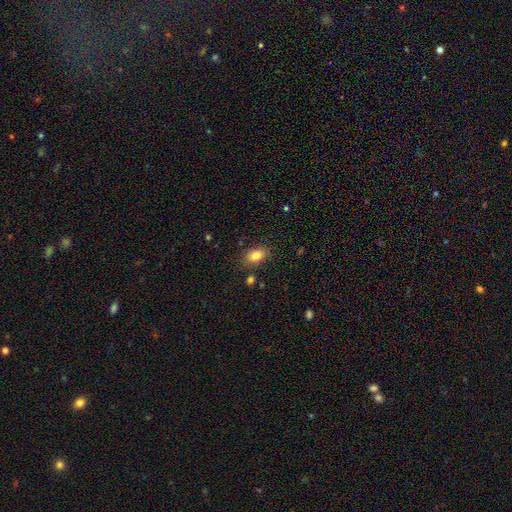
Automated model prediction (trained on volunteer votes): Morphology: type=smooth (83%); roundness=in between (86%); merging=none (82%).